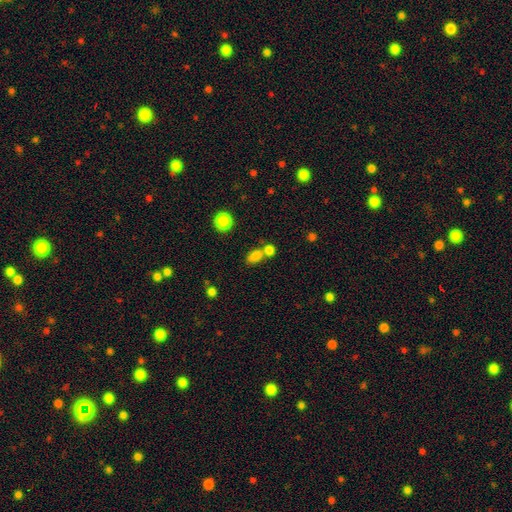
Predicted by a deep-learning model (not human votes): smooth_or_featured: smooth (p=0.81) [alt: star or artifact p=0.13]
how_rounded: in between (p=0.76) [alt: round p=0.21]
merging: none (p=0.47) [alt: merger p=0.38]